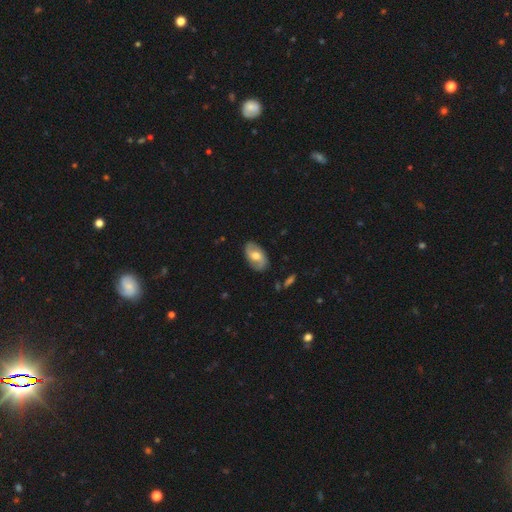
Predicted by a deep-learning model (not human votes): Smooth or featured? Predicted: featured or disk (p=0.52). Edge-on disk? Predicted: no (p=0.93). Merging? Predicted: none (p=0.83).